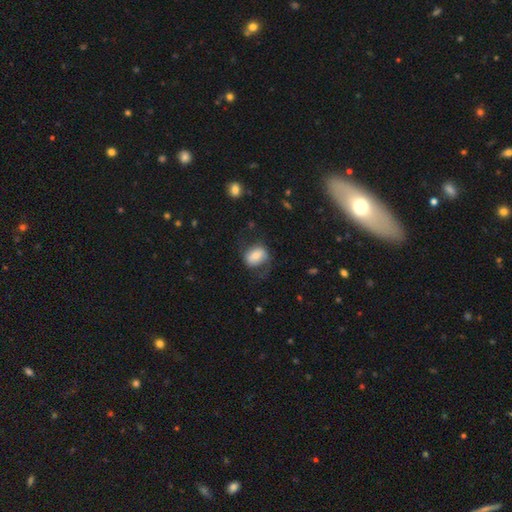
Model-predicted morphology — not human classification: Overall: smooth (65%; featured or disk 28%). How rounded: in between (73%). Merging: none (54%; minor disturbance 24%).